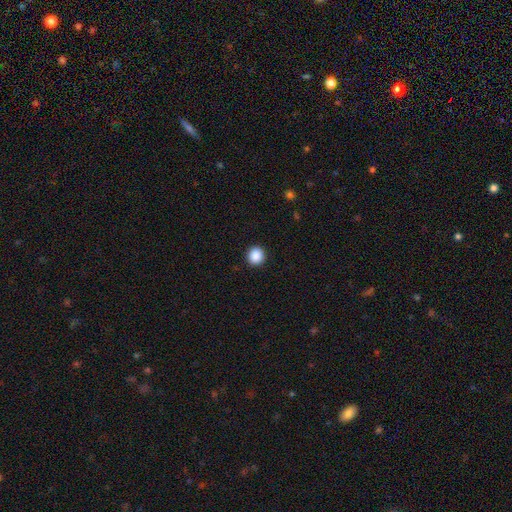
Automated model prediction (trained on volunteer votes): smooth-or-featured: smooth: 89% | star or artifact: 9% | featured or disk: 3%
  how-rounded: round: 90% | in between: 9% | cigar-shaped: 1%
  merging: none: 93% | minor disturbance: 5% | major disturbance: 2% | merger: 1%